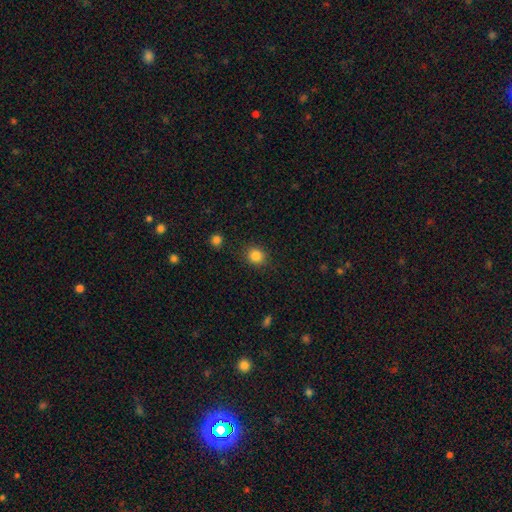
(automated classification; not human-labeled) This is clearly a smooth galaxy (85%). How rounded: clearly round (85%). Merging: clearly none (88%).